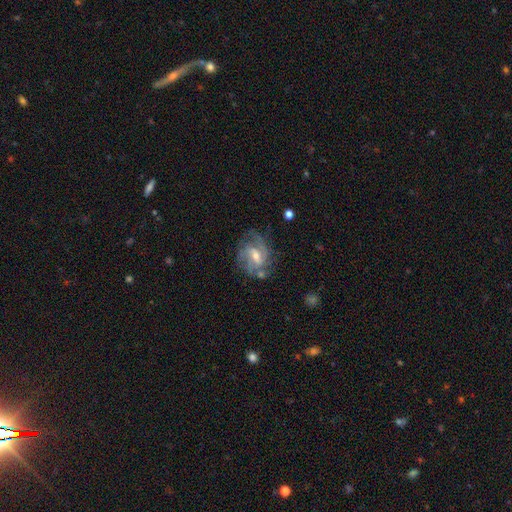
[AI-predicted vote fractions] A featured or disk galaxy (81%) with a weak bar (56%), 2 (34%) medium (47%) spiral arms (91%) and a moderate central bulge (50%).

Vote fractions:
- Smooth or featured? featured or disk: 81% / smooth: 12% / star or artifact: 7%
- Edge-on disk? no: 97% / yes: 3%
- Bar? weak: 56% / no: 24% / strong: 21%
- Spiral arms? yes: 91% / no: 9%
- Spiral winding? medium: 47% / tight: 33% / loose: 20%
- Spiral arm count? 2: 34% / 3: 25% / can't tell: 25% / 4: 8% / 1: 5% / more than 4: 4%
- Bulge size? moderate: 50% / small: 44% / large: 3% / none: 2% / dominant: 1%
- Merging? none: 59% / minor disturbance: 21% / major disturbance: 14% / merger: 6%